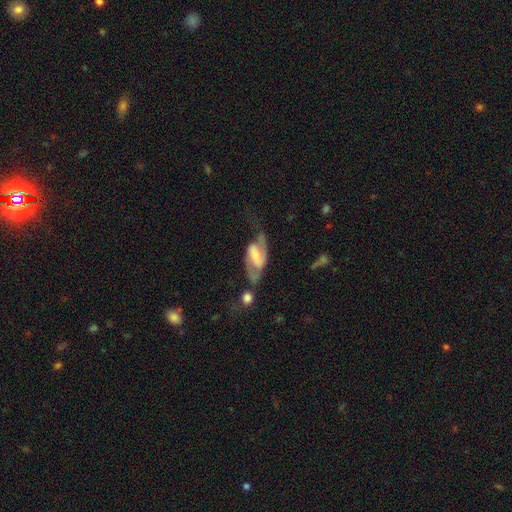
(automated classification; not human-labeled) A featured or disk galaxy (83%) with a strong bar (45%), 2 (89%) medium (46%) spiral arms (93%) and a small central bulge (36%, tied with moderate).

Vote fractions:
- Smooth or featured? featured or disk: 83% / smooth: 12% / star or artifact: 6%
- Edge-on disk? no: 95% / yes: 5%
- Bar? strong: 45% / weak: 40% / no: 15%
- Spiral arms? yes: 93% / no: 7%
- Spiral winding? medium: 46% / loose: 37% / tight: 17%
- Spiral arm count? 2: 89% / can't tell: 4% / 1: 4% / 3: 1% / 4: 1% / more than 4: 1%
- Bulge size? small: 36% (tied) / moderate: 36% (tied) / none: 15% / large: 11% / dominant: 2%
- Merging? none: 43% / major disturbance: 25% / minor disturbance: 21% / merger: 12%